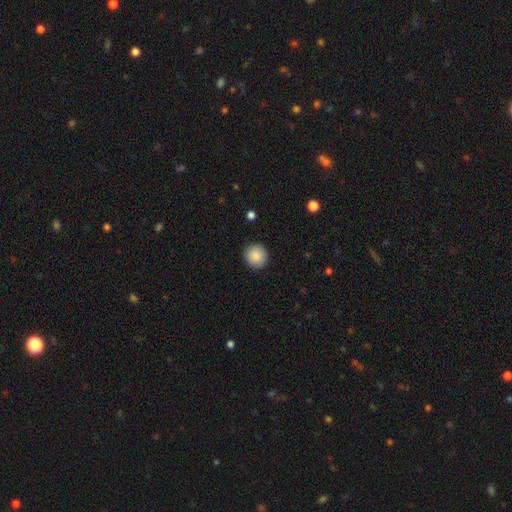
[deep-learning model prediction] A smooth galaxy with no disk features (87%) that is round (93%). Merging: none (92%).